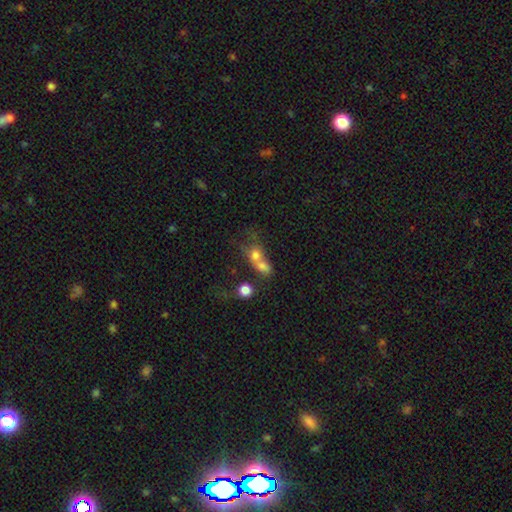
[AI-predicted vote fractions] Smooth or featured?
  - smooth: 68% *
  - featured or disk: 19%
  - star or artifact: 13%
How rounded?
  - round: 62% *
  - in between: 35%
  - cigar-shaped: 3%
Merging?
  - merger: 67% *
  - none: 19%
  - major disturbance: 7%
  - minor disturbance: 7%